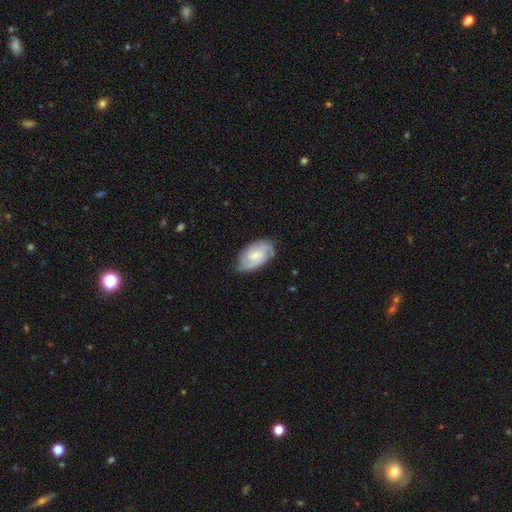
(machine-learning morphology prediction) This is likely a featured or disk galaxy (75%). It is clearly not viewed edge-on (96%). Bar: possibly no (54%). Spiral arm pattern: clearly yes (96%). Spiral arm count: marginally 2 (42%). Spiral winding: possibly tight (50%). Central bulge: possibly small (50%). Merging: likely none (75%).